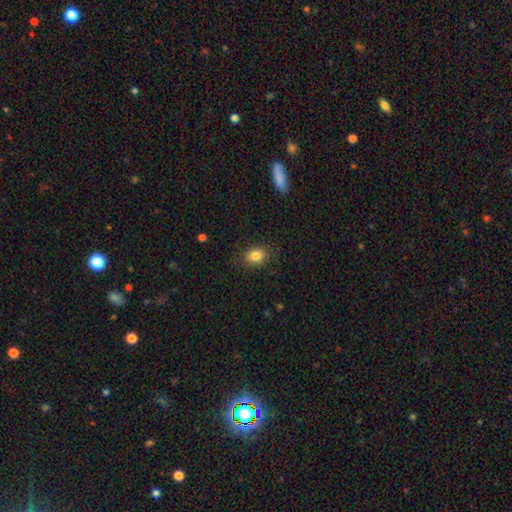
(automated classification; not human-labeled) A smooth galaxy with no disk features (84%) that is in between round and cigar-shaped (68%).

Vote fractions:
- Smooth or featured? smooth: 84% / star or artifact: 10% / featured or disk: 6%
- How rounded? in between: 68% / round: 31% / cigar-shaped: 1%
- Merging? none: 85% / minor disturbance: 11% / major disturbance: 3% / merger: 1%